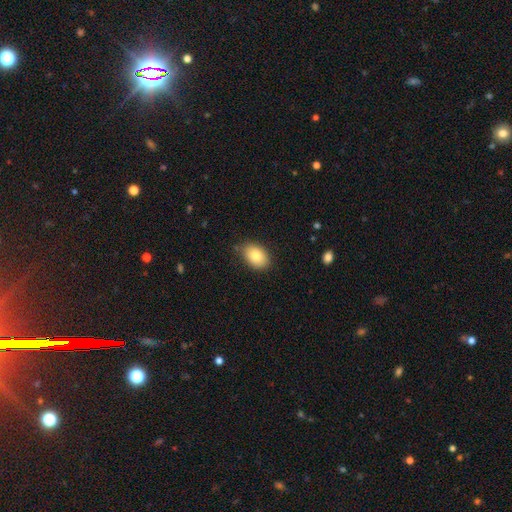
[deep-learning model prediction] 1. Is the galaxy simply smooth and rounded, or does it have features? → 82% smooth, 10% featured or disk, 8% star or artifact.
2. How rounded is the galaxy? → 82% in between, 17% round, 1% cigar-shaped.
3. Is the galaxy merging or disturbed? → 78% none, 17% minor disturbance, 3% major disturbance, 1% merger.